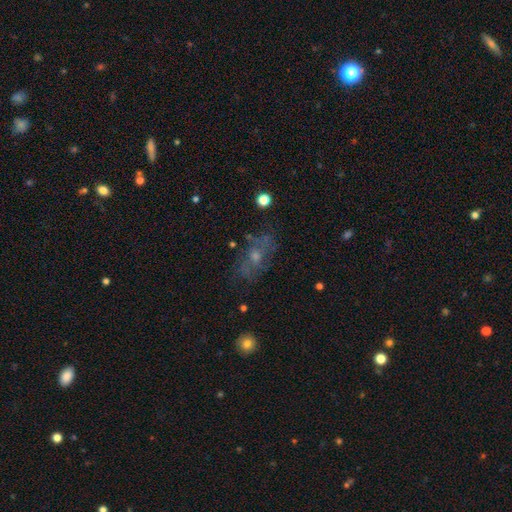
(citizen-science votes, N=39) Smooth or featured? 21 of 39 (54%) said featured or disk. Edge-on disk? 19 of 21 (90%) said no. Bar? 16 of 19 (84%) said no. Spiral arms? 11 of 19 (58%) said no. Bulge size? 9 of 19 (47%) said moderate. Merging? 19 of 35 (54%) said none.